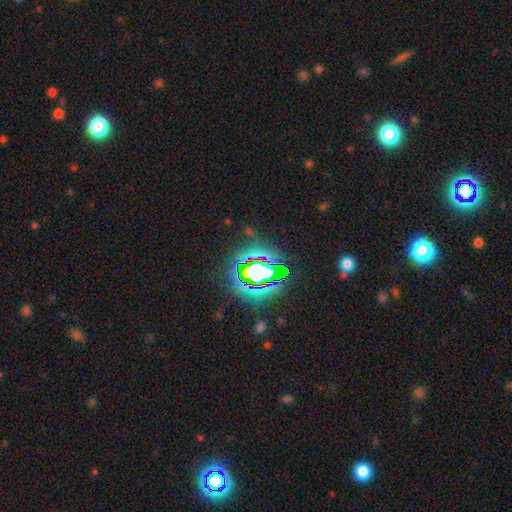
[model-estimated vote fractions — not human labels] A star or artifact, not a galaxy (77%).

Vote fractions:
- Smooth or featured? star or artifact: 77% / smooth: 13% / featured or disk: 10%